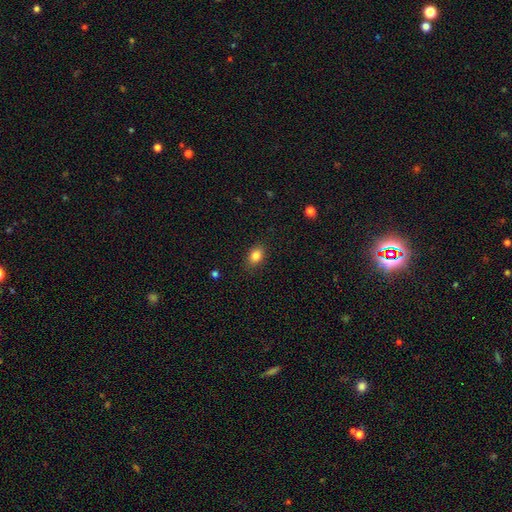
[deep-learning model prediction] This is clearly a smooth galaxy (84%). How rounded: likely in between (75%). Merging: clearly none (85%).